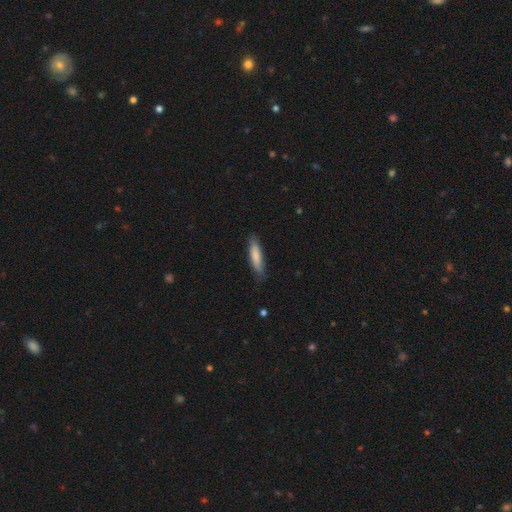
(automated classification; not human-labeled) Smooth or featured? Predicted: smooth (p=0.81). How rounded? Predicted: cigar-shaped (p=0.79). Merging? Predicted: none (p=0.80).